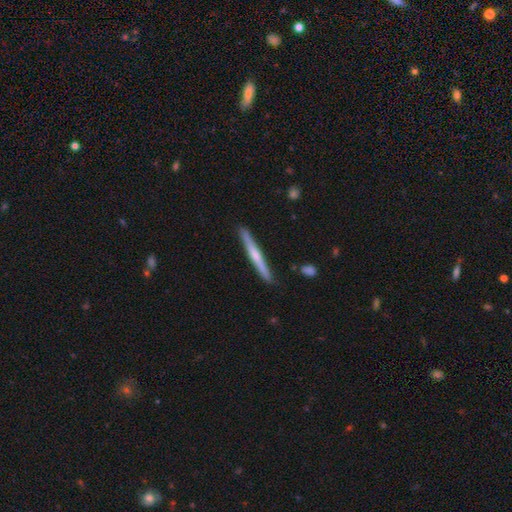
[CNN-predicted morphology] smooth_or_featured: featured or disk (p=0.55) [alt: smooth p=0.40]
disk_edge_on: yes (p=0.97) [alt: no p=0.03]
edge_on_bulge: rounded (p=0.57) [alt: none p=0.35]
merging: none (p=0.90) [alt: minor disturbance p=0.07]